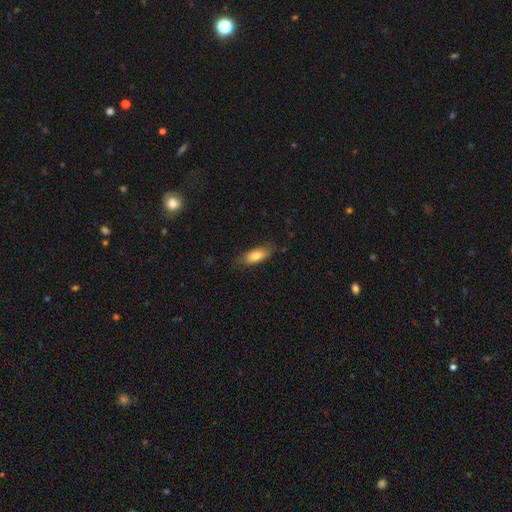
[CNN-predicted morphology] Smooth or featured? Predicted: smooth (p=0.76). How rounded? Predicted: in between (p=0.81). Merging? Predicted: none (p=0.76).